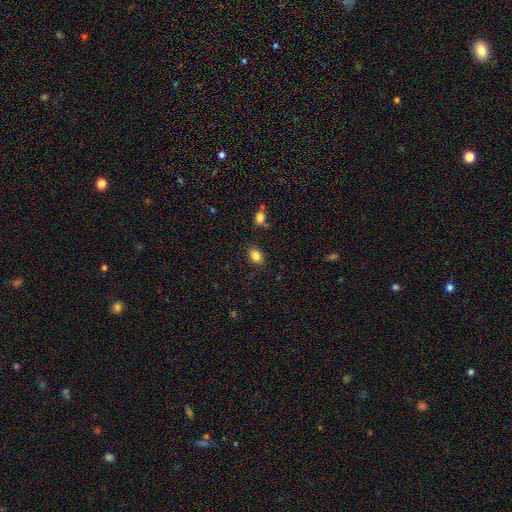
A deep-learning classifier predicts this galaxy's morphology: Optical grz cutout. It shows a smooth galaxy with no disk features (84%) that is in between round and cigar-shaped (73%). Merging: none (85%).